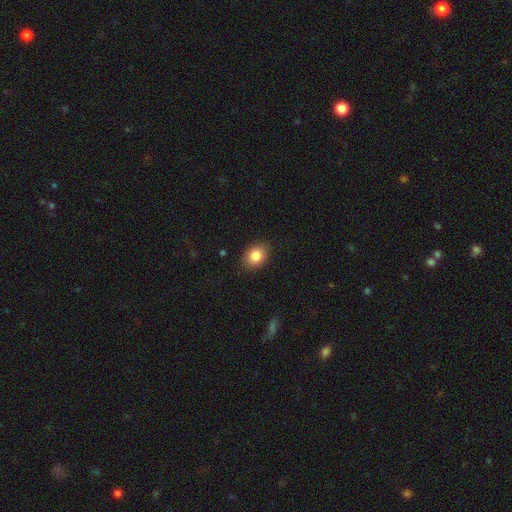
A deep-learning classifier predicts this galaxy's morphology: Q: Smooth or featured?
A: smooth (85%); runner-up: star or artifact (9%)
Q: How rounded?
A: in between (63%); runner-up: round (36%)
Q: Merging?
A: none (86%); runner-up: minor disturbance (11%)